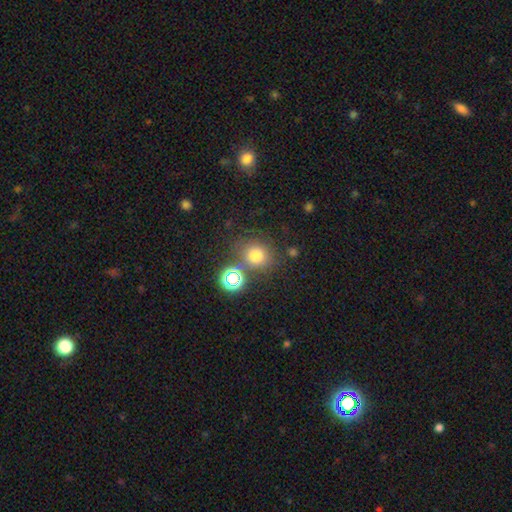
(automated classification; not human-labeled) Smooth or featured: smooth — 71% (star or artifact — 21%)
How rounded: round — 84% (in between — 15%)
Merging: none — 71% (merger — 12%)